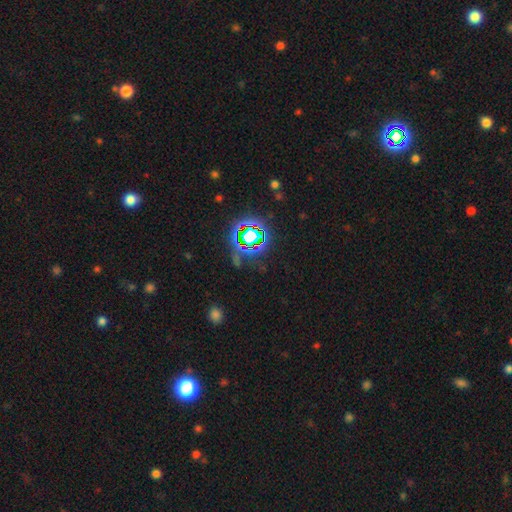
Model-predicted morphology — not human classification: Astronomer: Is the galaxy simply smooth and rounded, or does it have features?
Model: star or artifact — 75%.